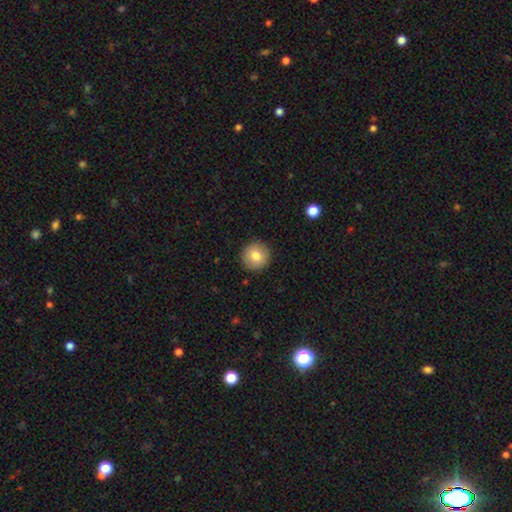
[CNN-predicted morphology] type=smooth (79%); roundness=round (93%); merging=none (91%).